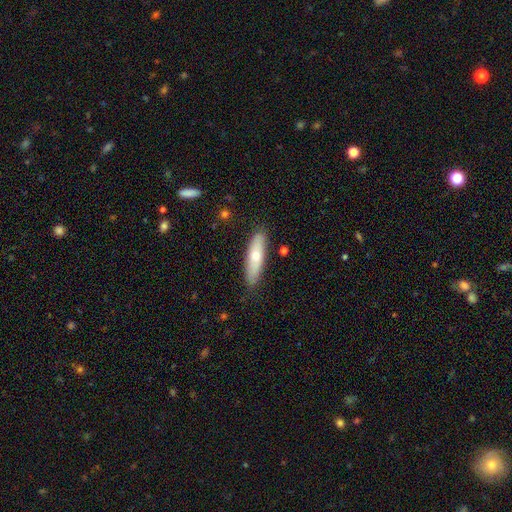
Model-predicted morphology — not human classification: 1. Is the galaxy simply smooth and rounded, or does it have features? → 59% smooth, 34% featured or disk, 6% star or artifact.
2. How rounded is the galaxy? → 62% cigar-shaped, 36% in between, 2% round.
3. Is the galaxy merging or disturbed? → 85% none, 12% minor disturbance, 2% major disturbance, 1% merger.